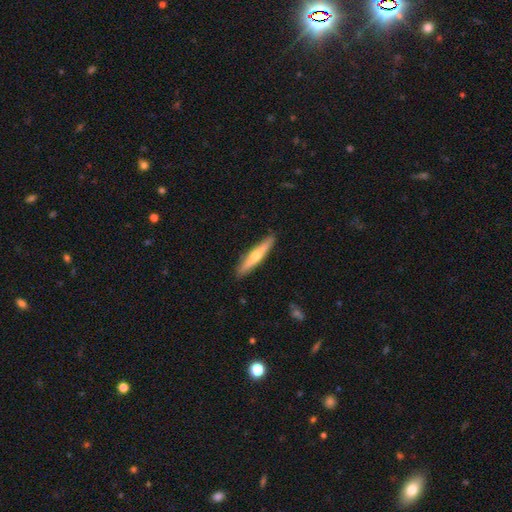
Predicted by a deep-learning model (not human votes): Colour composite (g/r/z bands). It shows a featured or disk galaxy (50%). Merging: none (89%).